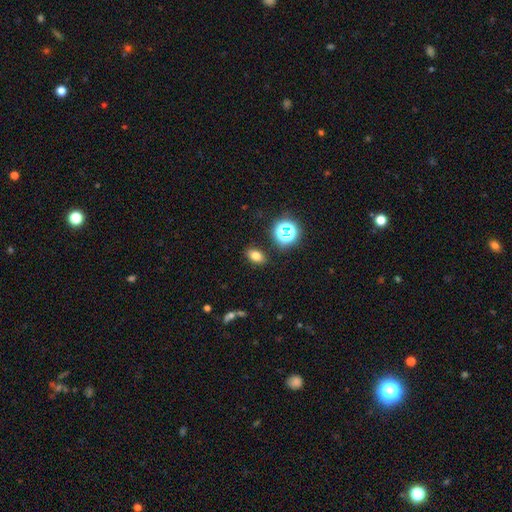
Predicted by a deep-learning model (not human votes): Q: Smooth or featured?
A: smooth (74%); runner-up: star or artifact (18%)
Q: How rounded?
A: in between (81%); runner-up: round (16%)
Q: Merging?
A: none (86%); runner-up: minor disturbance (8%)